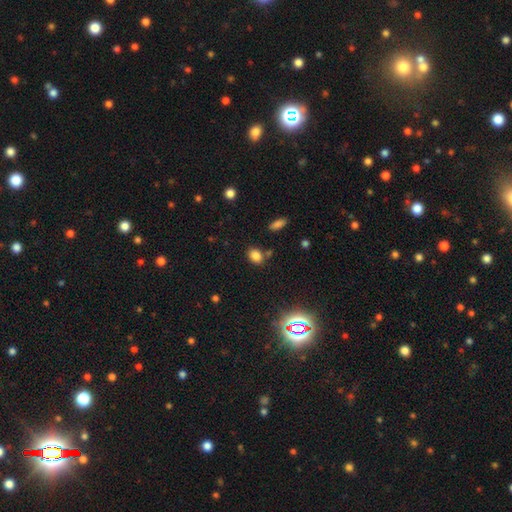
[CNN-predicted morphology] A smooth galaxy with no disk features (80%) that is in between round and cigar-shaped (67%).

Vote fractions:
- Smooth or featured? smooth: 80% / star or artifact: 15% / featured or disk: 5%
- How rounded? in between: 67% / round: 32% / cigar-shaped: 2%
- Merging? none: 76% / minor disturbance: 12% / merger: 8% / major disturbance: 4%